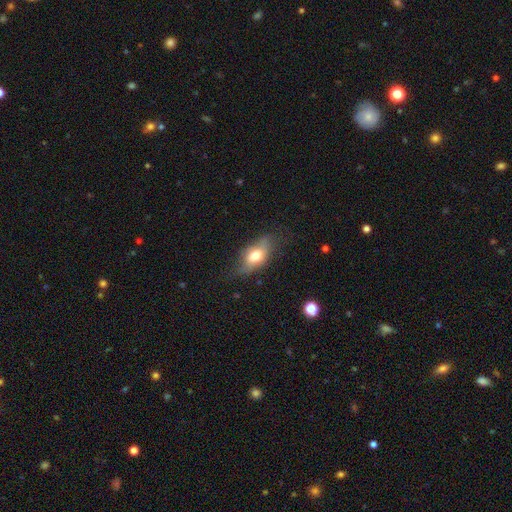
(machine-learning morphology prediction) Smooth or featured: smooth — 62% (featured or disk — 30%)
How rounded: in between — 82% (round — 9%)
Merging: none — 59% (minor disturbance — 28%)